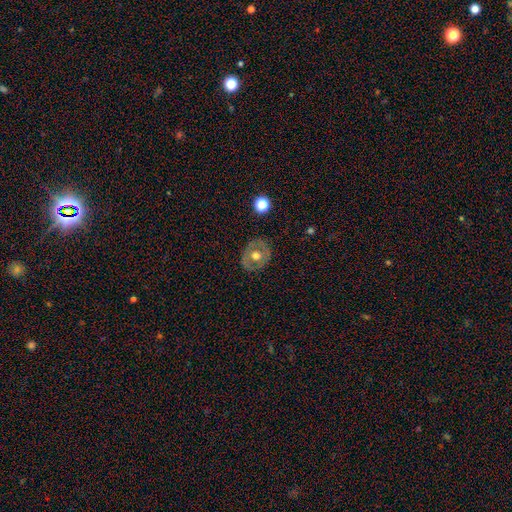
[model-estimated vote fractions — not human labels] The model was most divided on "smooth or featured": featured or disk: 53%, smooth: 39%, star or artifact: 8%. More confident: edge-on disk — no (94%); bar — no (84%); merging — none (82%); bulge size — moderate (77%); spiral arms — no (76%).